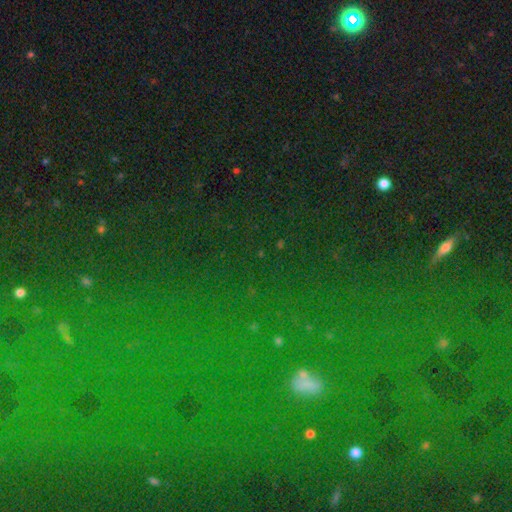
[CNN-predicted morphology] Smooth or featured? star or artifact (78%)